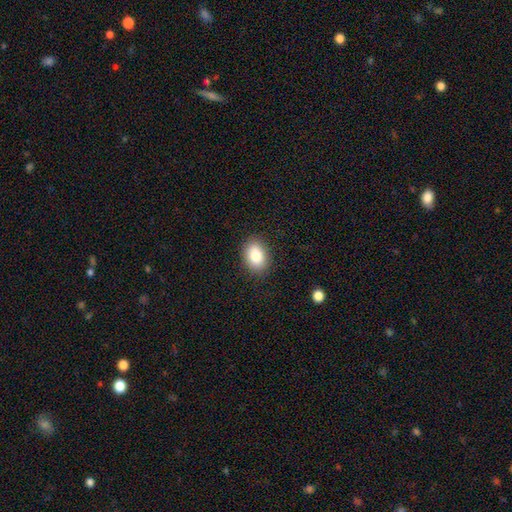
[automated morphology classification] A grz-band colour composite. It shows a smooth galaxy with no disk features (84%) that is in between round and cigar-shaped (78%). Merging: none (88%).